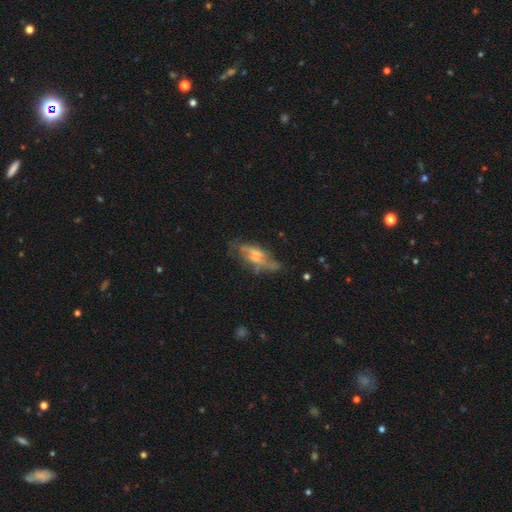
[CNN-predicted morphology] The model was most divided on "merging": none: 43%, minor disturbance: 25%, major disturbance: 24%, merger: 8%. More confident: edge-on disk — no (68%); smooth or featured — featured or disk (54%).